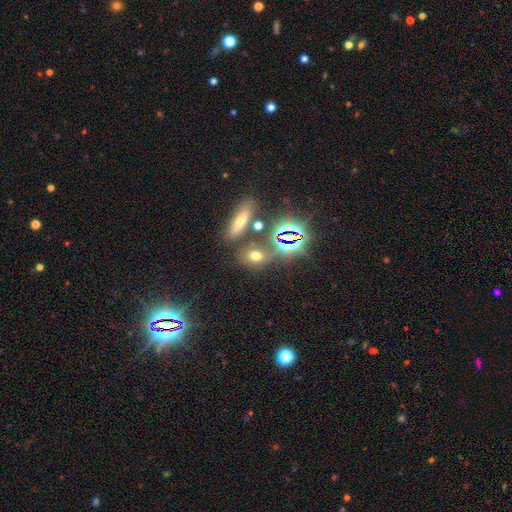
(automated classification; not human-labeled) Smooth or featured: smooth — 51% (star or artifact — 37%)
How rounded: in between — 58% (round — 36%)
Merging: none — 65% (merger — 17%)